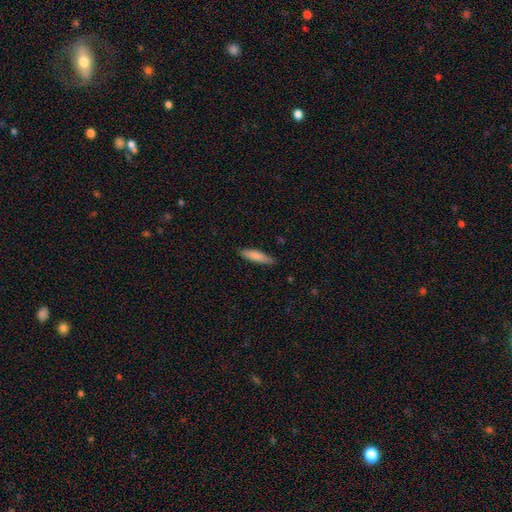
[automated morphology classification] Smooth or featured? Predicted: smooth (p=0.79). How rounded? Predicted: cigar-shaped (p=0.74). Merging? Predicted: none (p=0.85).